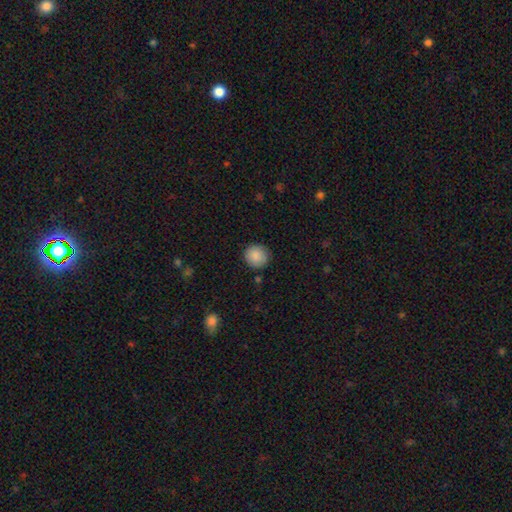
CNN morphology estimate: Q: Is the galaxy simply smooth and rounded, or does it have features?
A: smooth — 88%.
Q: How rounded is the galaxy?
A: round — 93%.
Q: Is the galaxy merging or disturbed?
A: none — 89%.